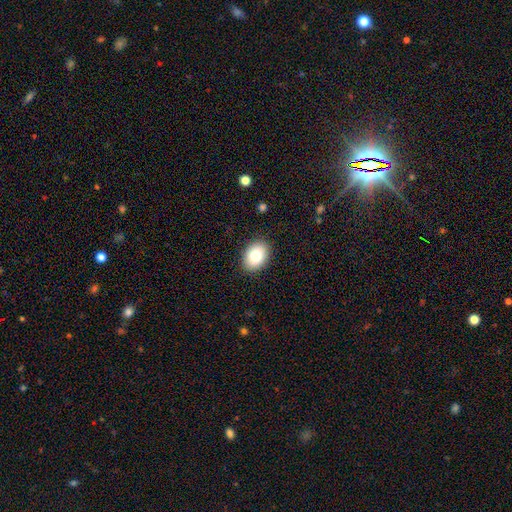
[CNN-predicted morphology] Smooth or featured: smooth — 81% (featured or disk — 11%)
How rounded: in between — 79% (round — 20%)
Merging: none — 89% (minor disturbance — 8%)